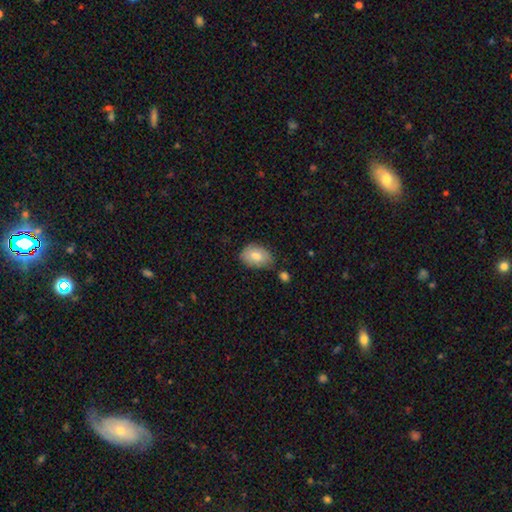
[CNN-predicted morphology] Overall: smooth (79%). How rounded: in between (84%). Merging: none (66%).